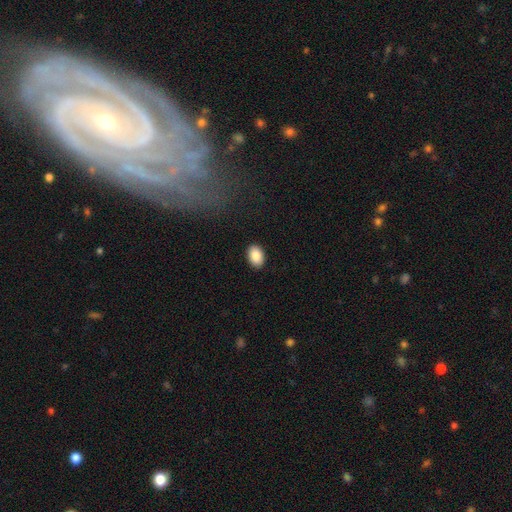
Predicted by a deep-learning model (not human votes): Smooth or featured?
  - smooth: 88% *
  - star or artifact: 7%
  - featured or disk: 5%
How rounded?
  - in between: 86% *
  - round: 12%
  - cigar-shaped: 1%
Merging?
  - none: 90% *
  - minor disturbance: 7%
  - major disturbance: 2%
  - merger: 1%